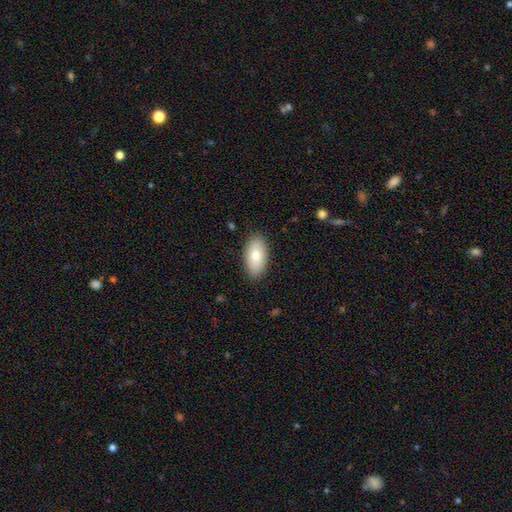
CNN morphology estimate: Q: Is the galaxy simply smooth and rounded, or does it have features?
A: smooth — 80%.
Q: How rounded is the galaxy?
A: in between — 94%.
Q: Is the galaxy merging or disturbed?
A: none — 88%.